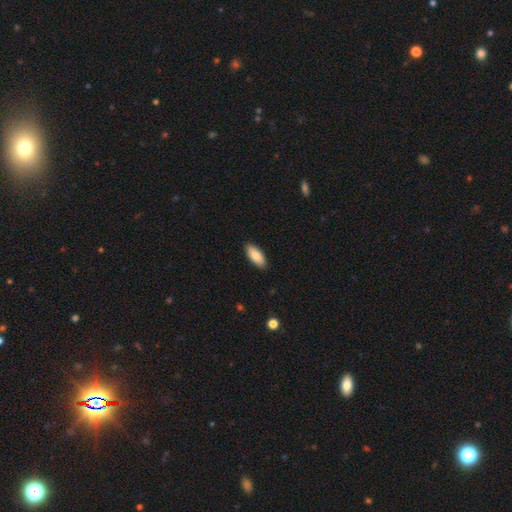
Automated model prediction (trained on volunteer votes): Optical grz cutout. It shows a smooth galaxy with no disk features (85%) that is in between round and cigar-shaped (85%). Merging: none (89%).